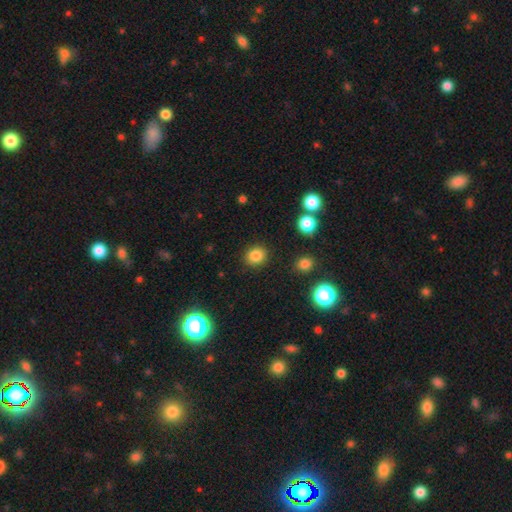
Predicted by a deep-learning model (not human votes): This appears to be a smooth galaxy with no disk features (83%) that is round (75%). Merging: none (89%).